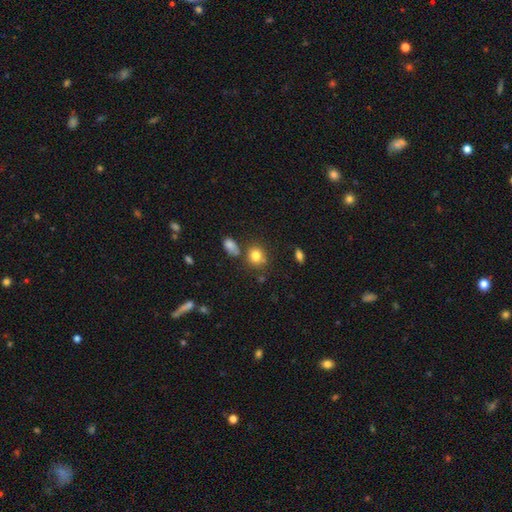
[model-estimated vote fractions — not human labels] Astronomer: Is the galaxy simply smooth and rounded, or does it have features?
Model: smooth — 81%.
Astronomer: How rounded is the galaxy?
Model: round — 74%.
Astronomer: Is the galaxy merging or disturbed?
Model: none — 69%.